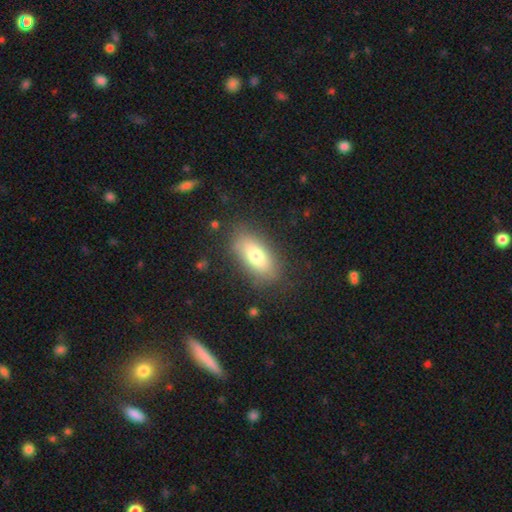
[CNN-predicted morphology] smooth 75%, featured or disk 18%, star or artifact 8%. Down the decision tree: how rounded — in between (85%); merging — none (82%).